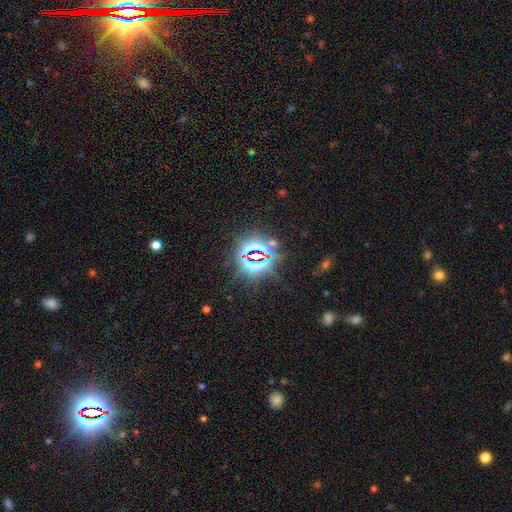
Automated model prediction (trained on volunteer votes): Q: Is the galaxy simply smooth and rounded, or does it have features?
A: star or artifact — 82%.